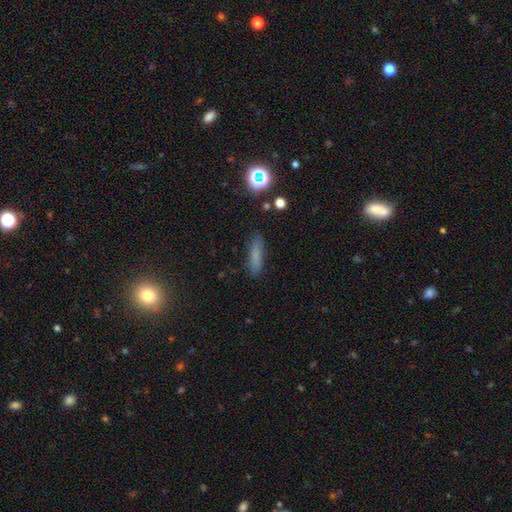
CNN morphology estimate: Smooth or featured? Predicted: smooth (p=0.73). How rounded? Predicted: cigar-shaped (p=0.66). Merging? Predicted: none (p=0.83).